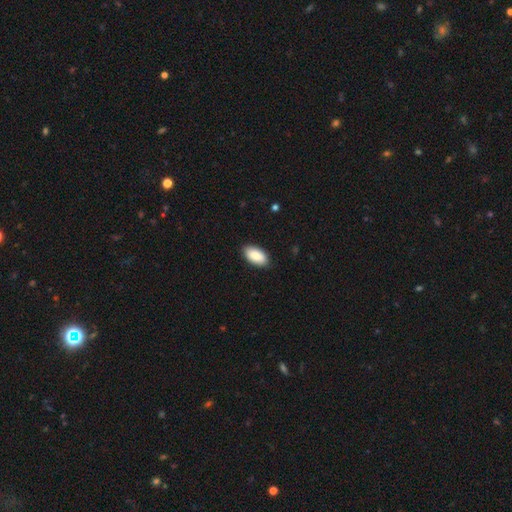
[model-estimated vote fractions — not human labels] Morphology: type=smooth (89%); roundness=in between (95%); merging=none (88%).